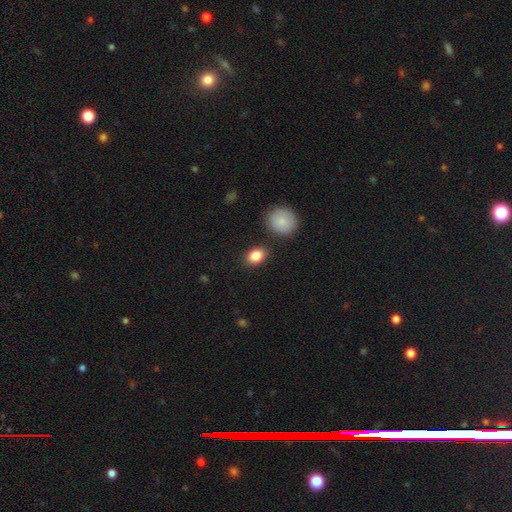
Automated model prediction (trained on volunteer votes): Smooth or featured? Predicted: smooth (p=0.85). How rounded? Predicted: in between (p=0.67). Merging? Predicted: none (p=0.85).